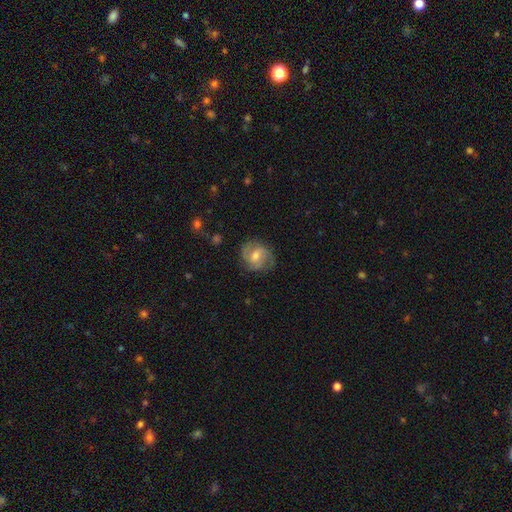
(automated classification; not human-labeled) The model was most divided on "bar": weak: 49%, no: 37%, strong: 13%. Remaining: edge-on disk — no (97%); spiral arms — yes (92%); merging — none (74%); smooth or featured — featured or disk (71%); bulge size — moderate (62%); spiral arm count — 2 (53%); spiral winding — medium (48%).